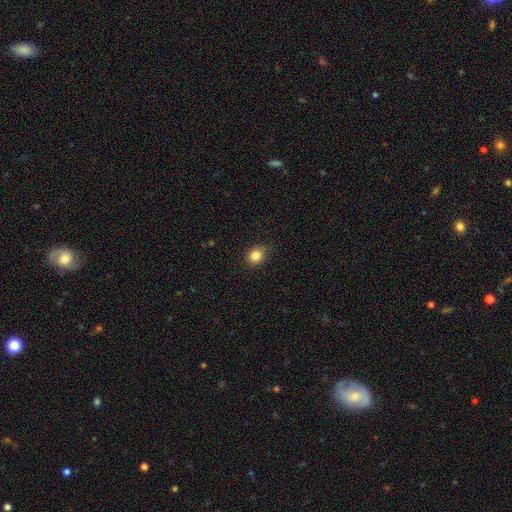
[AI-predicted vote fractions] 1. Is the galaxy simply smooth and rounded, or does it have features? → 83% smooth, 11% star or artifact, 5% featured or disk.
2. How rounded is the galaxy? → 79% round, 20% in between, 1% cigar-shaped.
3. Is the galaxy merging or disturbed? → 75% none, 20% minor disturbance, 4% major disturbance, 1% merger.